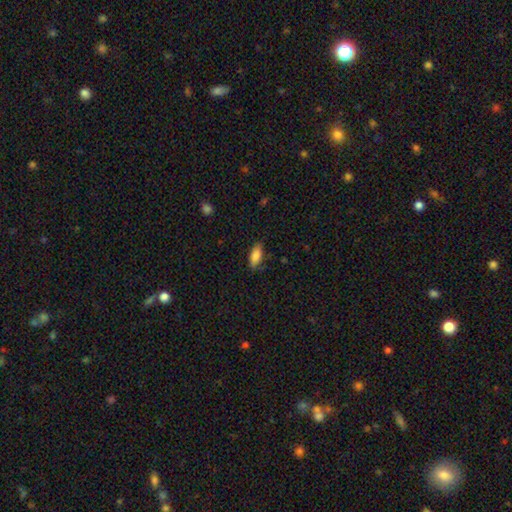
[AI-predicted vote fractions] Morphology: type=smooth (84%); roundness=in between (83%); merging=none (80%).